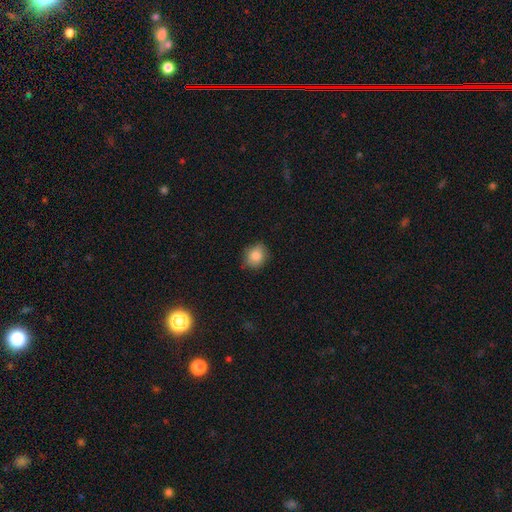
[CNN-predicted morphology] Smooth or featured?
  - smooth: 85% *
  - star or artifact: 9%
  - featured or disk: 6%
How rounded?
  - round: 66% *
  - in between: 33%
  - cigar-shaped: 1%
Merging?
  - none: 80% *
  - minor disturbance: 16%
  - major disturbance: 3%
  - merger: 1%